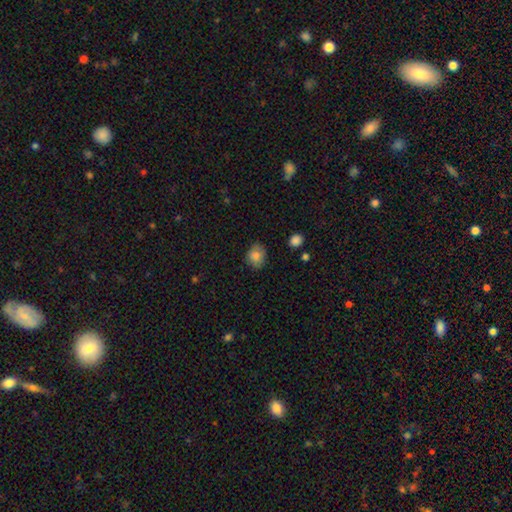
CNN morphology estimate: The model was most divided on "how rounded": round: 61%, in between: 38%, cigar-shaped: 1%. More confident: smooth or featured — smooth (83%); merging — none (78%).